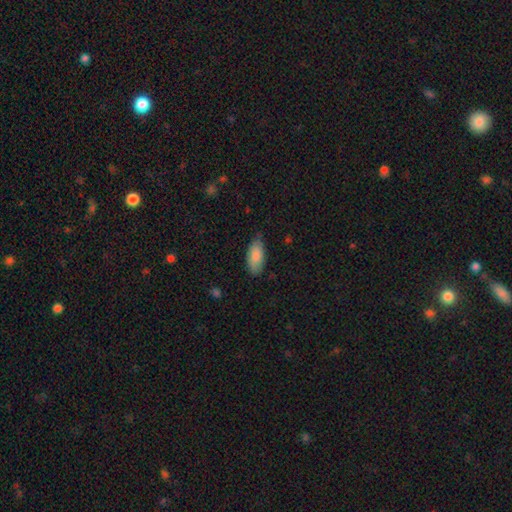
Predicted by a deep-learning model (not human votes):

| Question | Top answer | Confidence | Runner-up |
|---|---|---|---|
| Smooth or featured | smooth | 85% | featured or disk (10%) |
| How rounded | in between | 88% | cigar-shaped (10%) |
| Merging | none | 77% | minor disturbance (19%) |